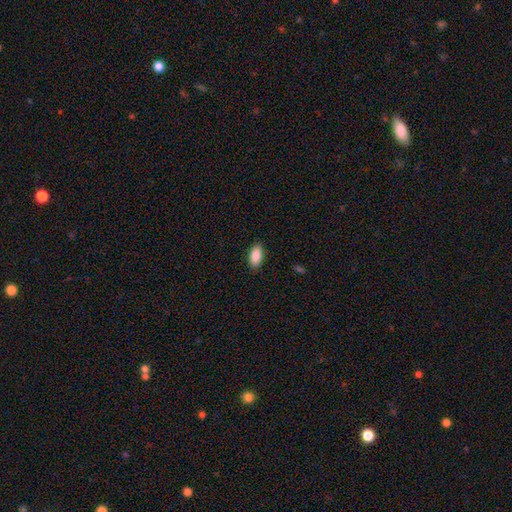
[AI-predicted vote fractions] A smooth galaxy with no disk features (88%) that is in between round and cigar-shaped (91%). Merging: none (88%).